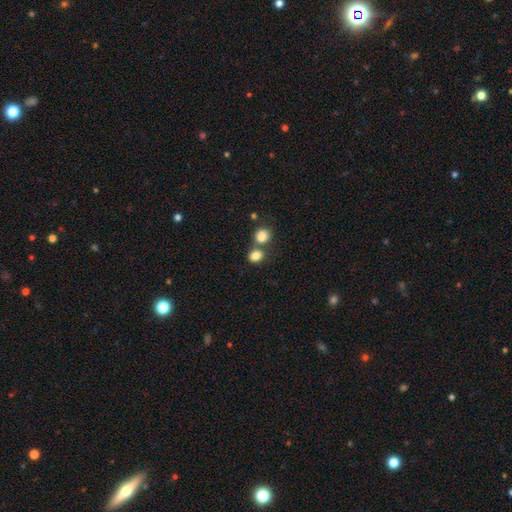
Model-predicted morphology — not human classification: Smooth or featured?
  - smooth: 83% *
  - star or artifact: 11%
  - featured or disk: 7%
How rounded?
  - round: 54% *
  - in between: 45%
  - cigar-shaped: 1%
Merging?
  - none: 49% *
  - merger: 39%
  - minor disturbance: 9%
  - major disturbance: 4%